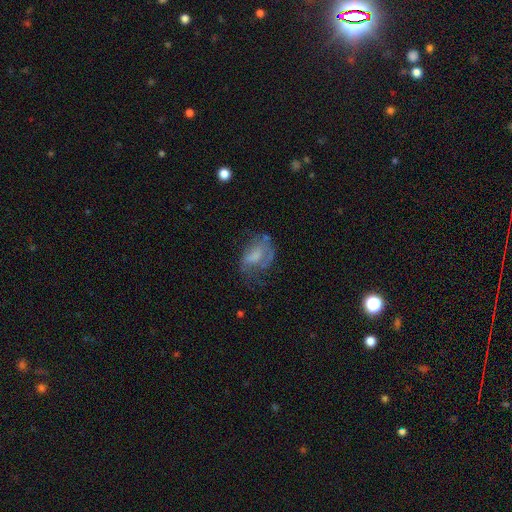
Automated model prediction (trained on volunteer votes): Q: Smooth or featured?
A: featured or disk (45%); tied with: smooth (45%)
Q: Merging?
A: major disturbance (35%); tied with: none (35%)